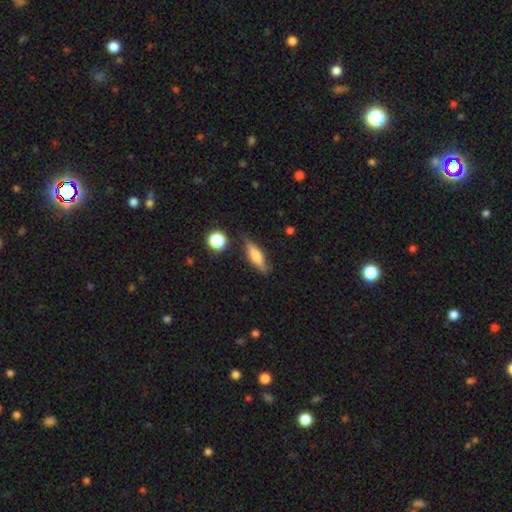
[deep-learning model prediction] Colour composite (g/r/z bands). It shows a smooth galaxy with no disk features (64%) that is cigar-shaped (62%). Merging: none (76%).